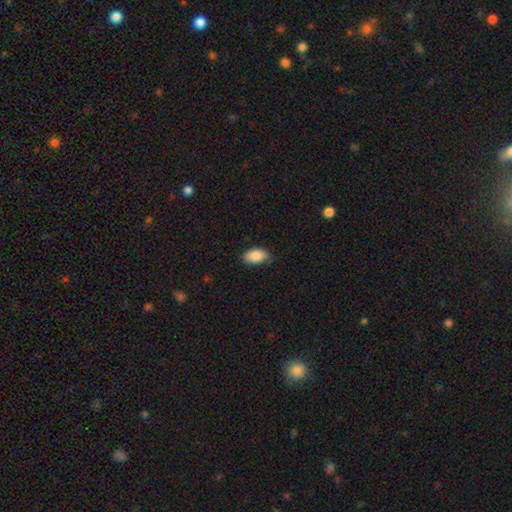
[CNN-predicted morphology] A smooth galaxy with no disk features (87%) that is in between round and cigar-shaped (93%).

Vote fractions:
- Smooth or featured? smooth: 87% / star or artifact: 7% / featured or disk: 6%
- How rounded? in between: 93% / round: 5% / cigar-shaped: 2%
- Merging? none: 74% / minor disturbance: 22% / major disturbance: 3% / merger: 1%